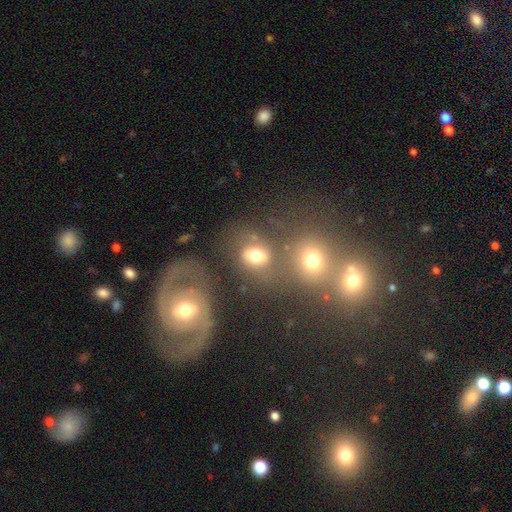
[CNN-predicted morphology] Q: Smooth or featured?
A: smooth (64%); runner-up: featured or disk (20%)
Q: How rounded?
A: in between (53%); runner-up: round (45%)
Q: Merging?
A: none (48%); runner-up: merger (30%)